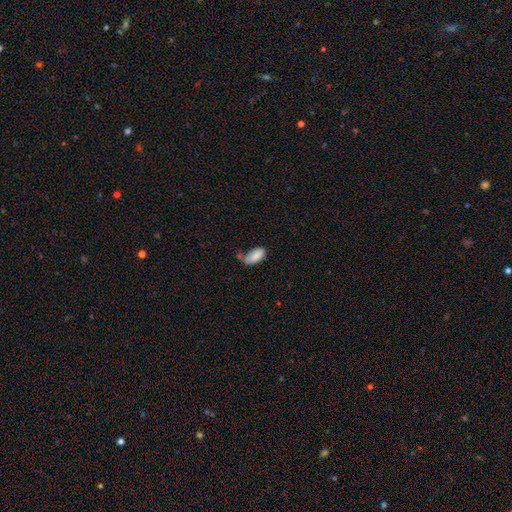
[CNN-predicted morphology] smooth 83%, featured or disk 9%, star or artifact 8%. Down the decision tree: how rounded — in between (92%); merging — none (35%).